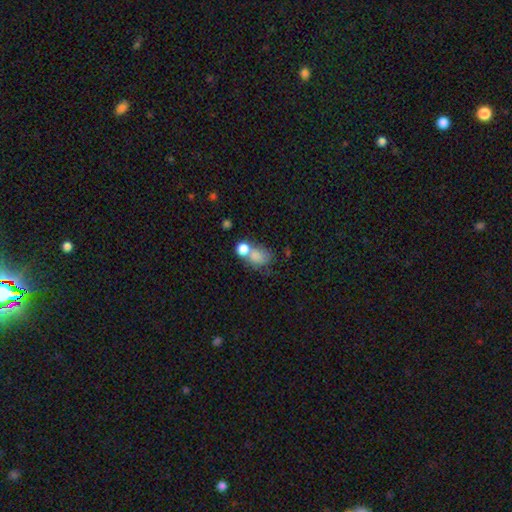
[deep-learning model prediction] Smooth or featured?
  - smooth: 74% *
  - featured or disk: 15%
  - star or artifact: 12%
How rounded?
  - in between: 58% *
  - round: 41%
  - cigar-shaped: 2%
Merging?
  - merger: 51% *
  - none: 26%
  - minor disturbance: 12%
  - major disturbance: 11%